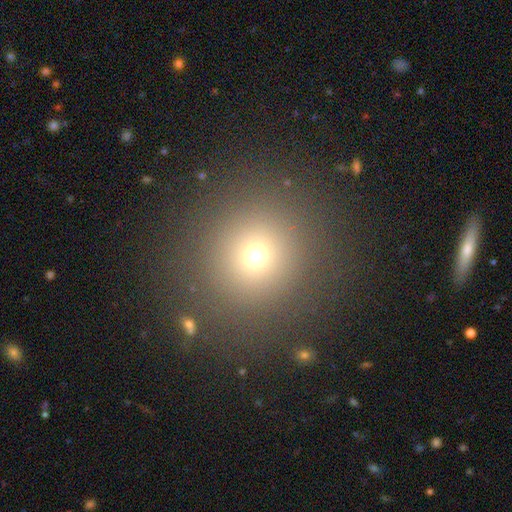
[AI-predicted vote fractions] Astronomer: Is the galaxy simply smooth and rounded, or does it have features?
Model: smooth — 68%.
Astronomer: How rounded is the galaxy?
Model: round — 92%.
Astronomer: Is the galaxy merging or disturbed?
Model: none — 88%.